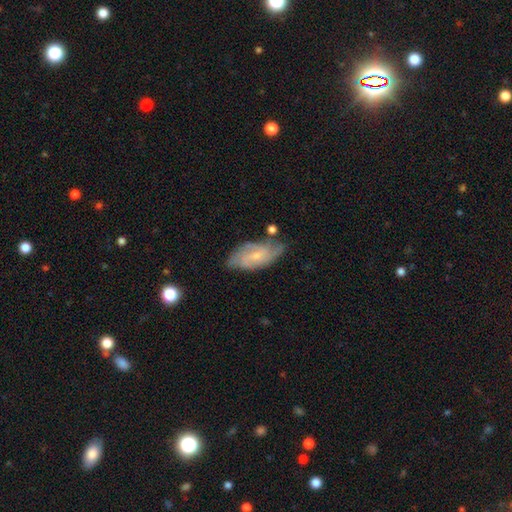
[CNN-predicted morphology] Smooth or featured? featured or disk (70%)
Edge-on disk? no (93%)
Bar? no (50%)
Spiral arms? yes (91%)
Spiral winding? medium (43%)
Spiral arm count? 2 (43%)
Bulge size? small (67%)
Merging? none (63%)